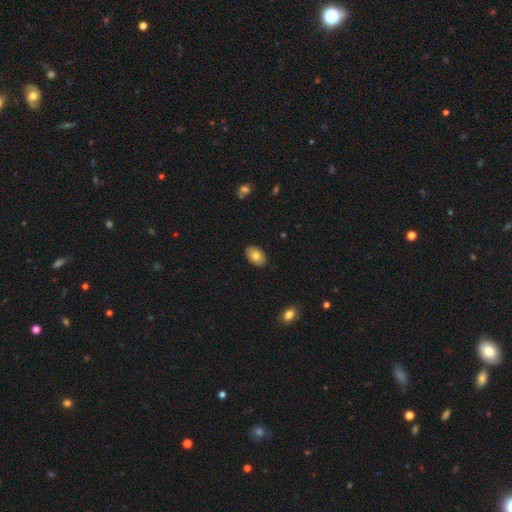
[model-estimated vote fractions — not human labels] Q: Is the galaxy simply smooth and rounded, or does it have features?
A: smooth — 80%.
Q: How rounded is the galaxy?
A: in between — 90%.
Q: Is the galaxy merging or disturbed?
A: none — 87%.